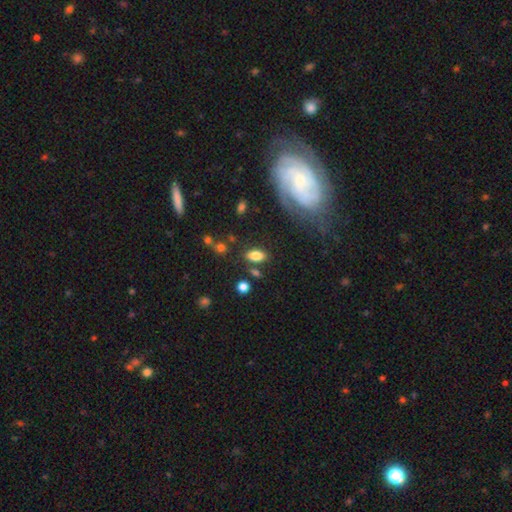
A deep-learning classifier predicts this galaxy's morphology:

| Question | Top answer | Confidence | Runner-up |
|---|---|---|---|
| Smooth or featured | smooth | 81% | featured or disk (10%) |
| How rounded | in between | 89% | cigar-shaped (5%) |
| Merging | none | 78% | minor disturbance (12%) |